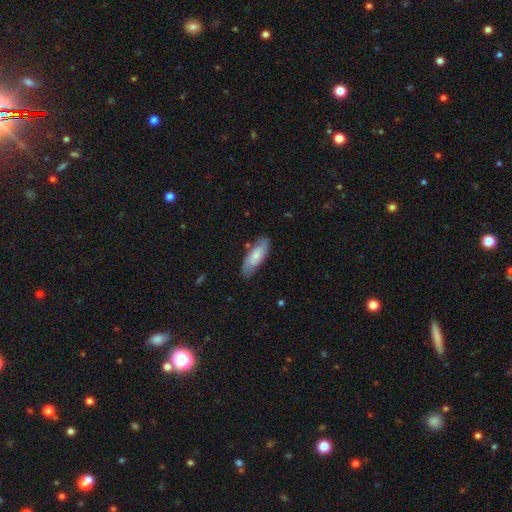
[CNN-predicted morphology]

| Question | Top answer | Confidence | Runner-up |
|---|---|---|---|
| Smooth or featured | smooth | 62% | featured or disk (32%) |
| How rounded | in between | 68% | cigar-shaped (30%) |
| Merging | none | 78% | minor disturbance (17%) |